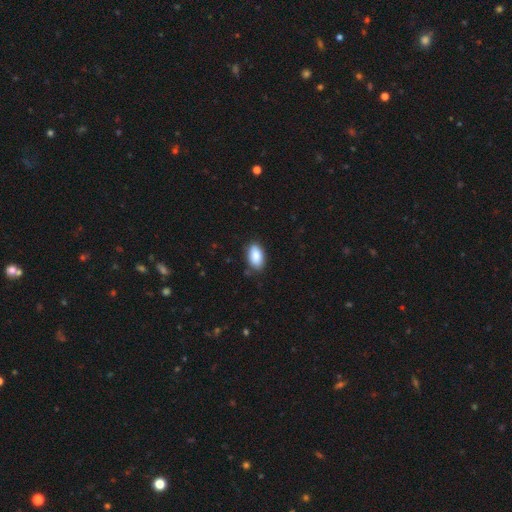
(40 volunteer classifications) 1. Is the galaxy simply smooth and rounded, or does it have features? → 82% smooth, 10% star or artifact, 8% featured or disk.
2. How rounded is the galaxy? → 91% in between, 6% round, 3% cigar-shaped.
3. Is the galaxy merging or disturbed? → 89% none, 8% minor disturbance, 3% merger, 0% major disturbance.